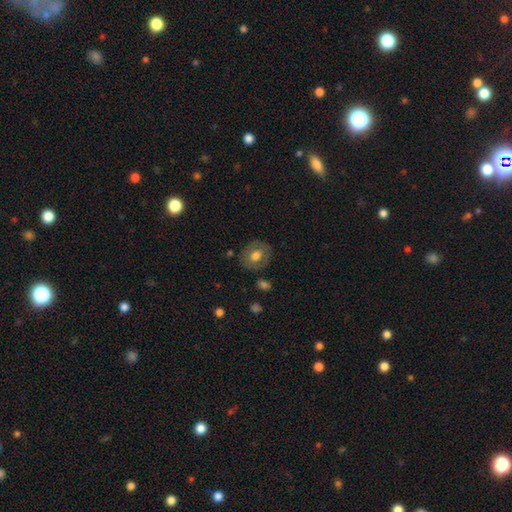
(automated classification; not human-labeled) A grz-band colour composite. It shows a smooth galaxy with no disk features (61%) that is round (62%). Merging: none (81%).